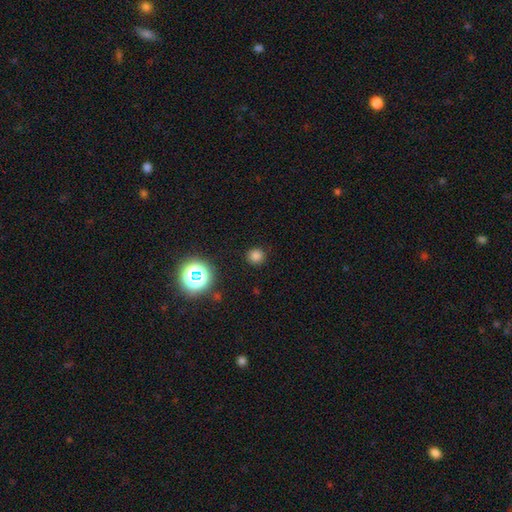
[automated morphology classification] Smooth or featured? smooth (77%)
How rounded? round (93%)
Merging? none (89%)